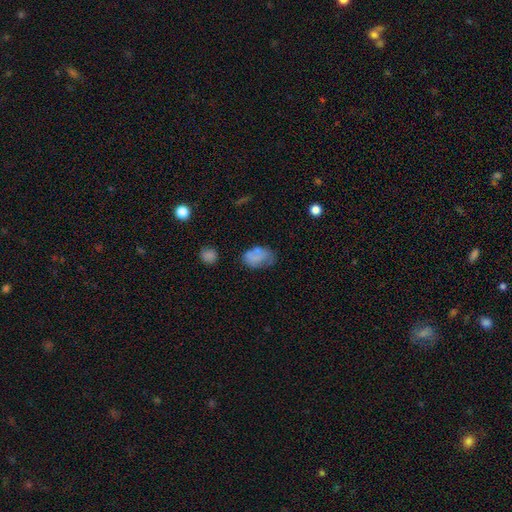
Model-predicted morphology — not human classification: The model was most divided on "merging": none: 46%, minor disturbance: 30%, major disturbance: 16%, merger: 8%. More confident: how rounded — in between (87%); smooth or featured — smooth (70%).